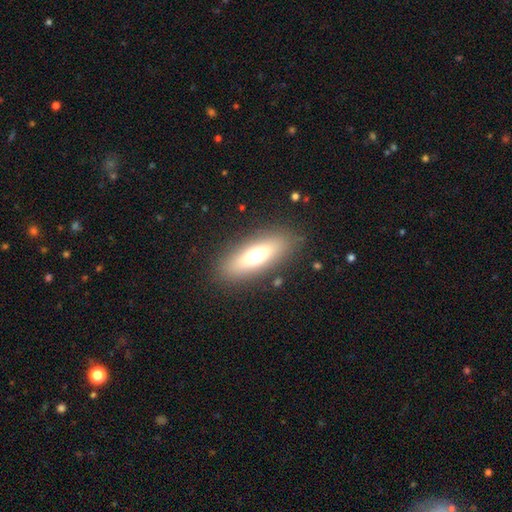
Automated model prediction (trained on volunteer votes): smooth_or_featured: smooth (p=0.65) [alt: featured or disk p=0.26]
how_rounded: in between (p=0.59) [alt: cigar-shaped p=0.38]
merging: none (p=0.85) [alt: minor disturbance p=0.10]